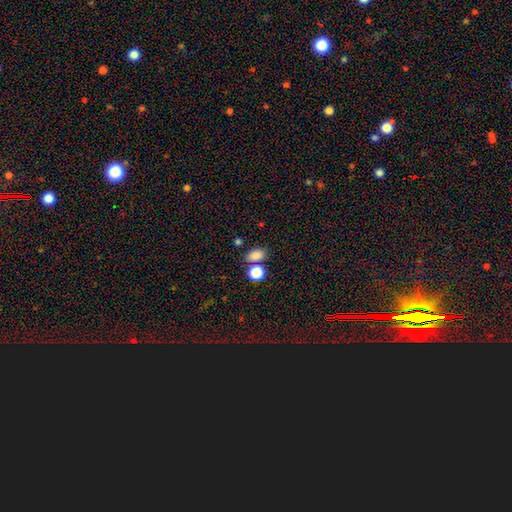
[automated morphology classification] smooth-or-featured: smooth: 82% | star or artifact: 13% | featured or disk: 5%
  how-rounded: in between: 73% | round: 25% | cigar-shaped: 2%
  merging: none: 67% | merger: 19% | minor disturbance: 11% | major disturbance: 4%